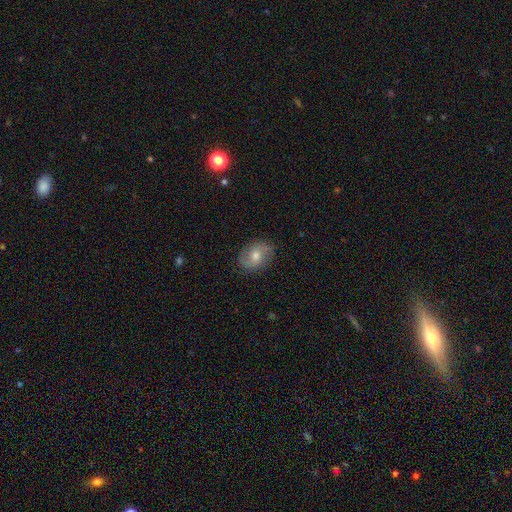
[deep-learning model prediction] Morphology: type=featured or disk (58%); edge-on=no (96%); bar=no (60%); spiral arms=yes (86%); bulge=moderate (69%); merging=none (84%).